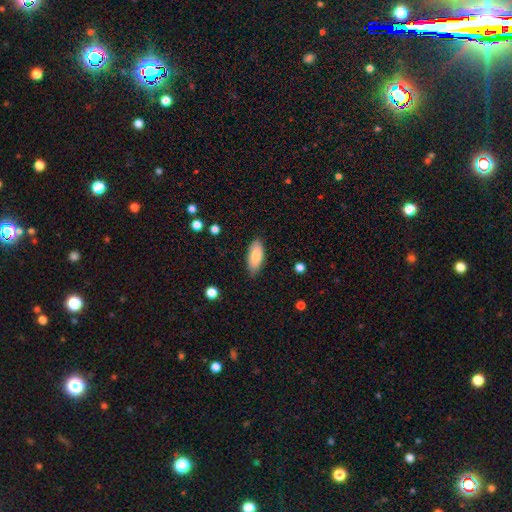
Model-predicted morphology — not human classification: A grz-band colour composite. It shows a smooth galaxy with no disk features (84%) that is in between round and cigar-shaped (86%). Merging: none (83%).